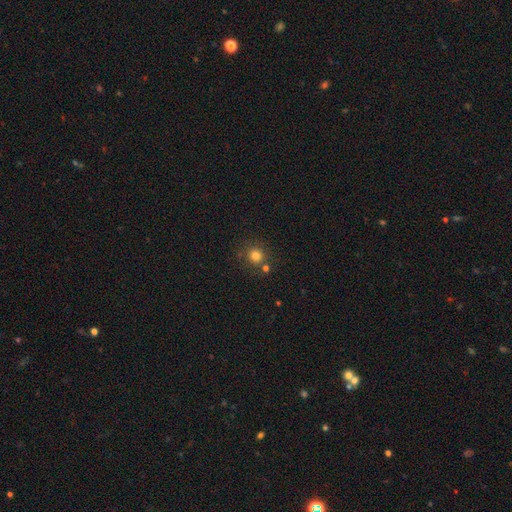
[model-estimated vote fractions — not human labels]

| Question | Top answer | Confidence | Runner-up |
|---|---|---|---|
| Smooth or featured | smooth | 79% | star or artifact (14%) |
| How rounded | round | 90% | in between (9%) |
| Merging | none | 75% | merger (12%) |